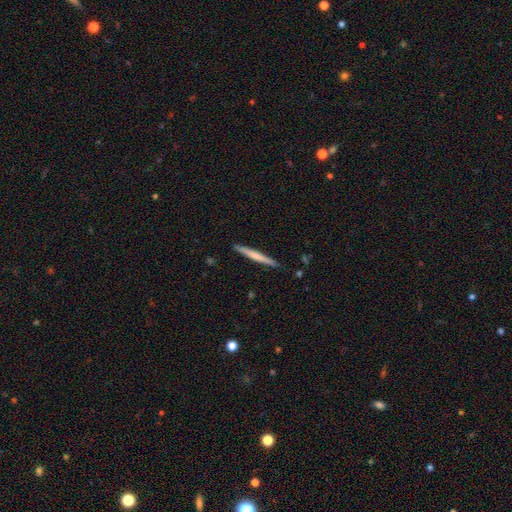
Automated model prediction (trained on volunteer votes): Smooth or featured?
  - smooth: 54% *
  - featured or disk: 41%
  - star or artifact: 5%
How rounded?
  - cigar-shaped: 97% *
  - in between: 2%
  - round: 1%
Merging?
  - none: 90% *
  - minor disturbance: 8%
  - major disturbance: 1%
  - merger: 1%